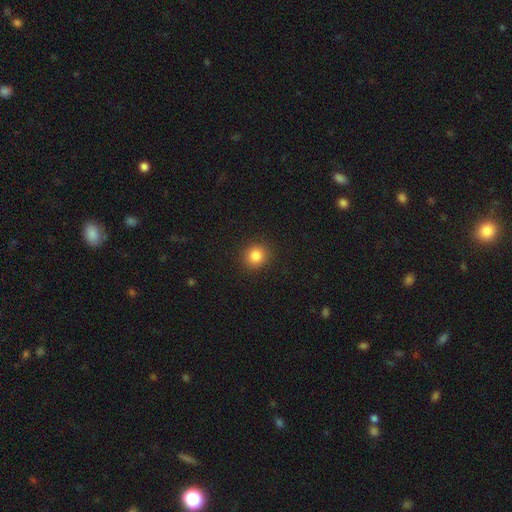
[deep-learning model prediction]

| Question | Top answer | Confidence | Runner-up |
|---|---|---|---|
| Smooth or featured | smooth | 84% | star or artifact (11%) |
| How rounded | round | 87% | in between (12%) |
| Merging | none | 91% | minor disturbance (6%) |